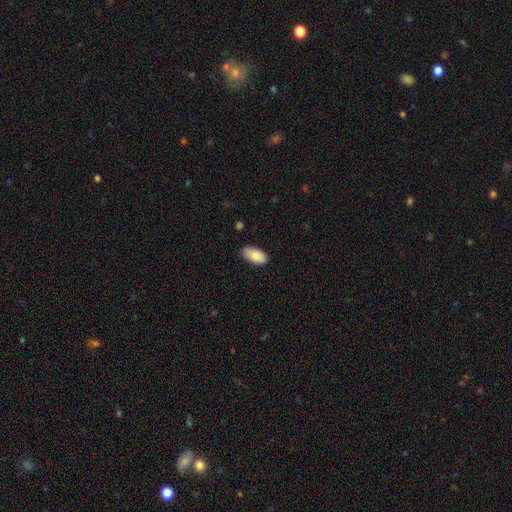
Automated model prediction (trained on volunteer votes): This is clearly a smooth galaxy (86%). How rounded: clearly in between (92%). Merging: clearly none (80%).